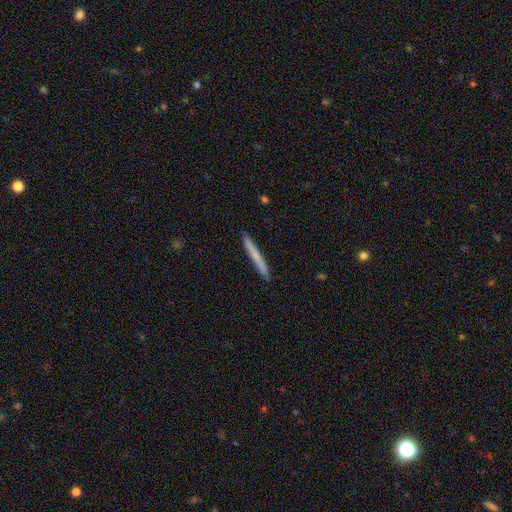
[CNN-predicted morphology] smooth-or-featured: smooth: 69% | featured or disk: 25% | star or artifact: 6%
  how-rounded: cigar-shaped: 97% | in between: 2% | round: 1%
  merging: none: 91% | minor disturbance: 6% | major disturbance: 1% | merger: 1%